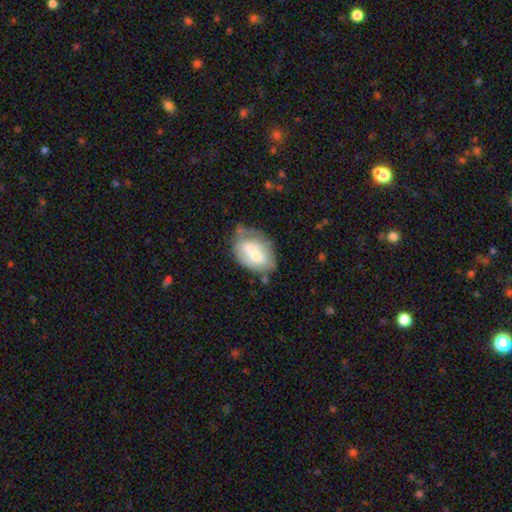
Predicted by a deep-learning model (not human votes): Smooth or featured? smooth (51%)
How rounded? in between (83%)
Merging? none (37%)